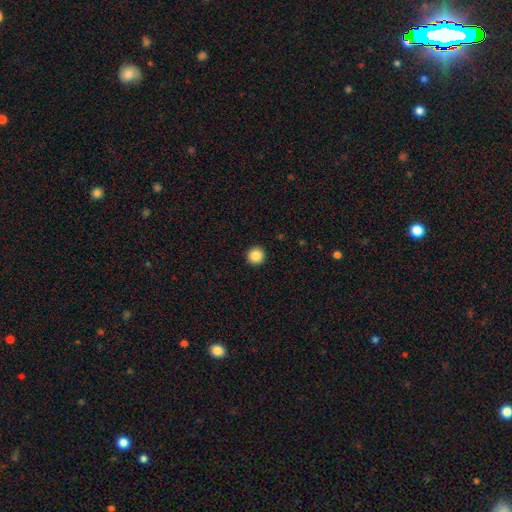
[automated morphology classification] Smooth or featured?
  - smooth: 87% *
  - star or artifact: 9%
  - featured or disk: 3%
How rounded?
  - round: 95% *
  - in between: 4%
  - cigar-shaped: 1%
Merging?
  - none: 93% *
  - minor disturbance: 4%
  - major disturbance: 1%
  - merger: 1%